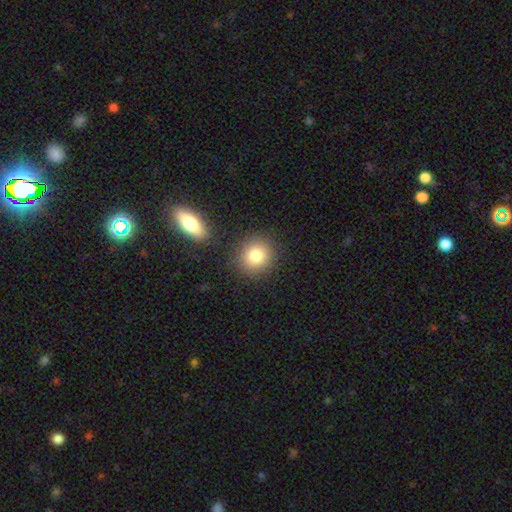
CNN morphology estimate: Smooth or featured: smooth — 81% (star or artifact — 11%)
How rounded: round — 86% (in between — 13%)
Merging: none — 86% (minor disturbance — 8%)